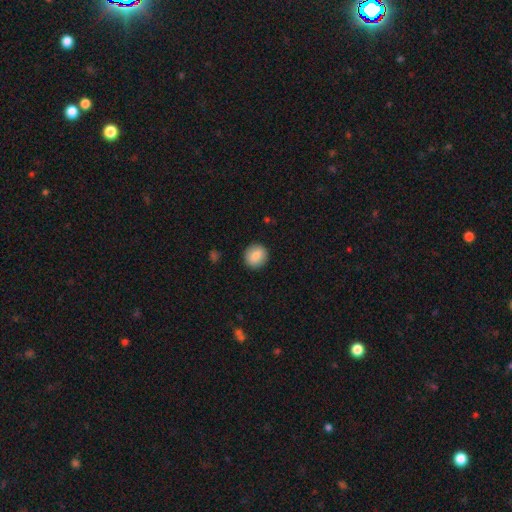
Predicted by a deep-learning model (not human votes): Smooth or featured? Predicted: smooth (p=0.85). How rounded? Predicted: round (p=0.87). Merging? Predicted: none (p=0.91).